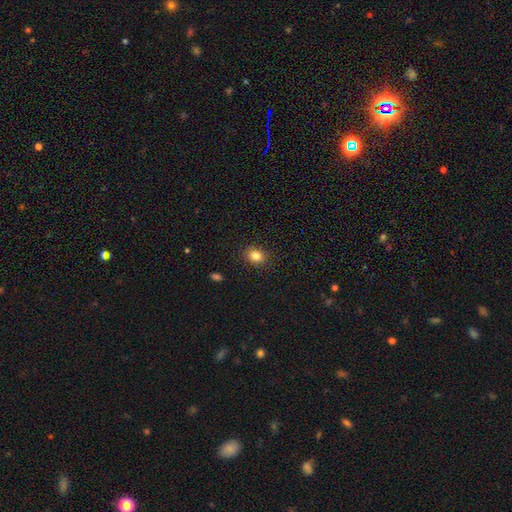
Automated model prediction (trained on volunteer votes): smooth-or-featured: smooth: 83% | star or artifact: 11% | featured or disk: 6%
  how-rounded: round: 67% | in between: 32% | cigar-shaped: 1%
  merging: none: 89% | minor disturbance: 8% | major disturbance: 2% | merger: 1%